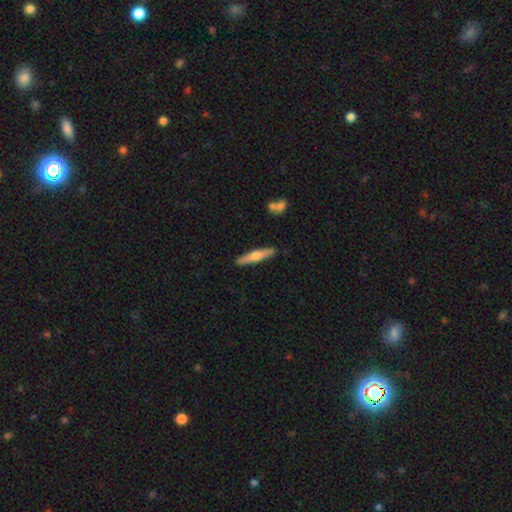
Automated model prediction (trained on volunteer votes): Q: Smooth or featured?
A: featured or disk (52%); runner-up: smooth (43%)
Q: Edge-on disk?
A: yes (95%); runner-up: no (5%)
Q: Merging?
A: none (89%); runner-up: minor disturbance (8%)